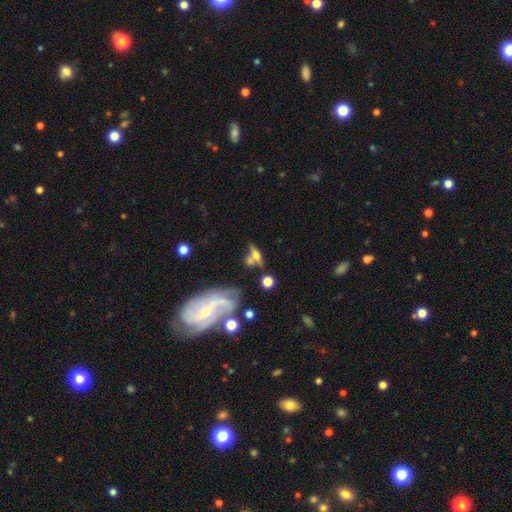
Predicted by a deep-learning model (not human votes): This is possibly a featured or disk galaxy (49%). Merging: possibly none (49%).